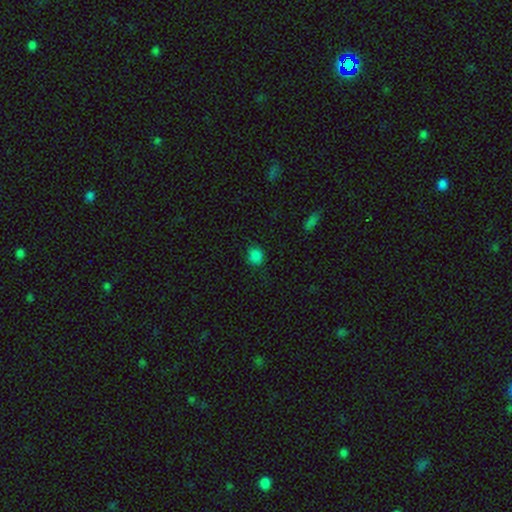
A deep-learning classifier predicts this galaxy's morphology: type=smooth (83%); roundness=round (77%); merging=none (80%).